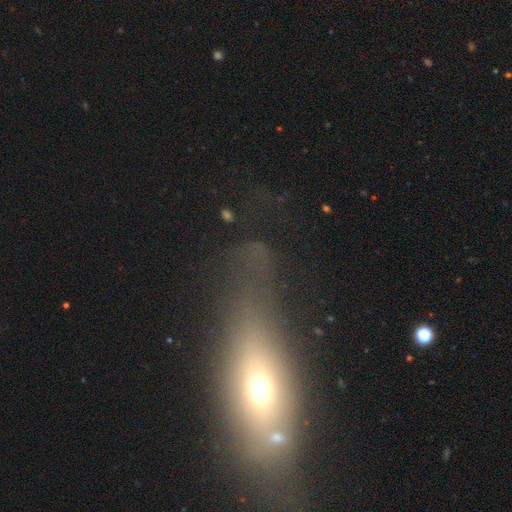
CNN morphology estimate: type=star or artifact (44%).